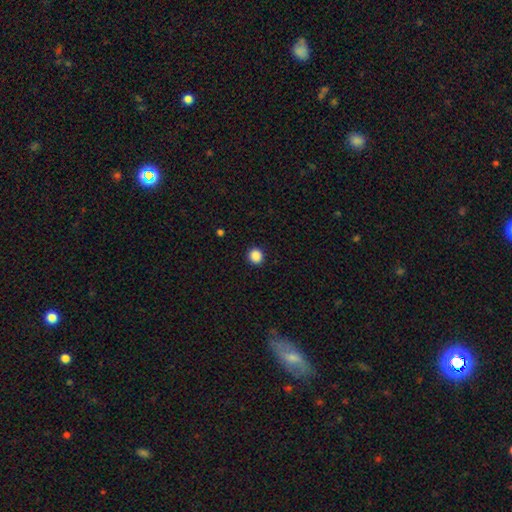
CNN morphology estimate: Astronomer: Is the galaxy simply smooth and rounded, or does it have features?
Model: smooth — 88%.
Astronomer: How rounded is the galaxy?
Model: round — 90%.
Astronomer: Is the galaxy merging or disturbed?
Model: none — 92%.